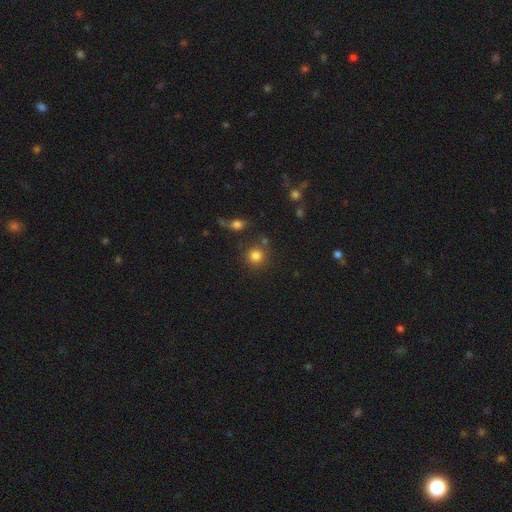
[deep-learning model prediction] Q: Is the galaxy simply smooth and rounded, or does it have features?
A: smooth — 81%.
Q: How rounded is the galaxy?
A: round — 92%.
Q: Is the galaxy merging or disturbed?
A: none — 77%.